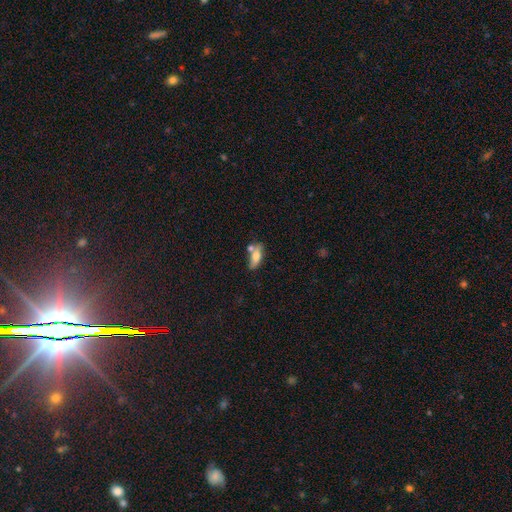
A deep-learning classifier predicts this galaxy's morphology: A smooth galaxy with no disk features (66%) that is in between round and cigar-shaped (64%).

Vote fractions:
- Smooth or featured? smooth: 66% / featured or disk: 26% / star or artifact: 8%
- How rounded? in between: 64% / cigar-shaped: 33% / round: 4%
- Merging? none: 54% / merger: 23% / minor disturbance: 17% / major disturbance: 6%